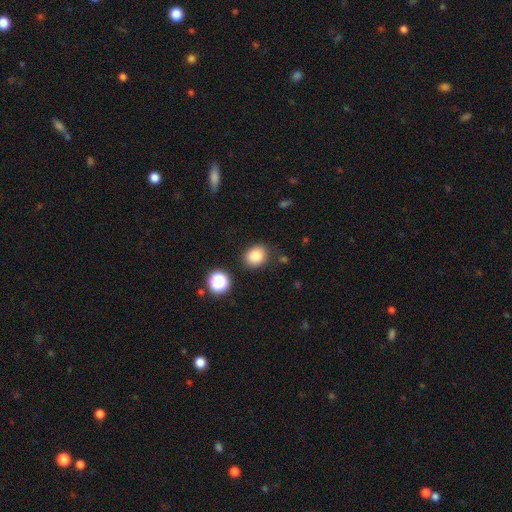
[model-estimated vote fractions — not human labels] The model was most divided on "how rounded": round: 66%, in between: 33%, cigar-shaped: 1%. More confident: merging — none (82%); smooth or featured — smooth (82%).